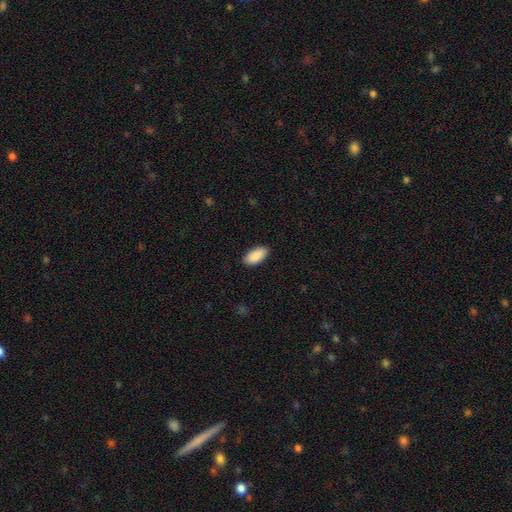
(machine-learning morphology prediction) Overall: smooth (91%). How rounded: in between (94%). Merging: none (89%).